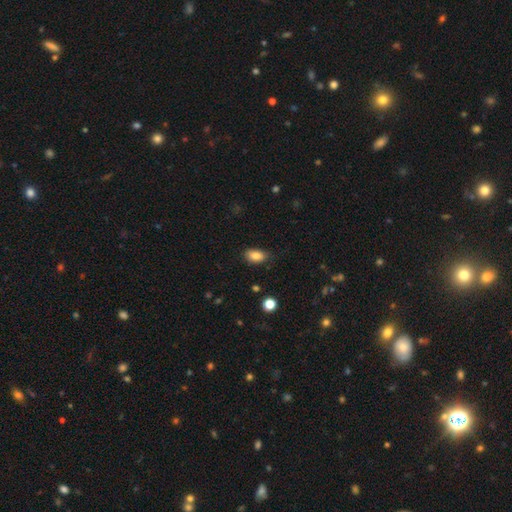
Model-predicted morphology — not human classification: Overall: smooth (85%). How rounded: in between (89%). Merging: none (76%).